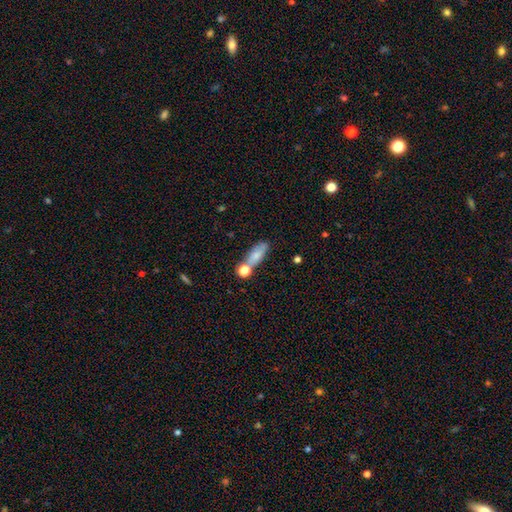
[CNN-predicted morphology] A smooth galaxy with no disk features (75%) that is in between round and cigar-shaped (61%).

Vote fractions:
- Smooth or featured? smooth: 75% / featured or disk: 16% / star or artifact: 9%
- How rounded? in between: 61% / cigar-shaped: 32% / round: 7%
- Merging? none: 54% / merger: 24% / minor disturbance: 16% / major disturbance: 6%